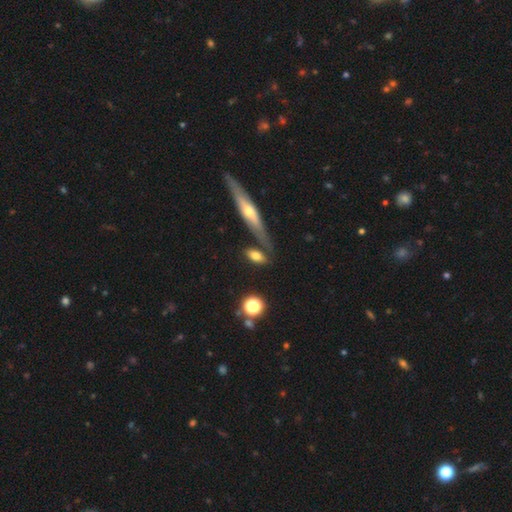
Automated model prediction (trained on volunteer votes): Q: Smooth or featured?
A: smooth (72%); runner-up: featured or disk (19%)
Q: How rounded?
A: in between (73%); runner-up: cigar-shaped (17%)
Q: Merging?
A: none (70%); runner-up: minor disturbance (15%)